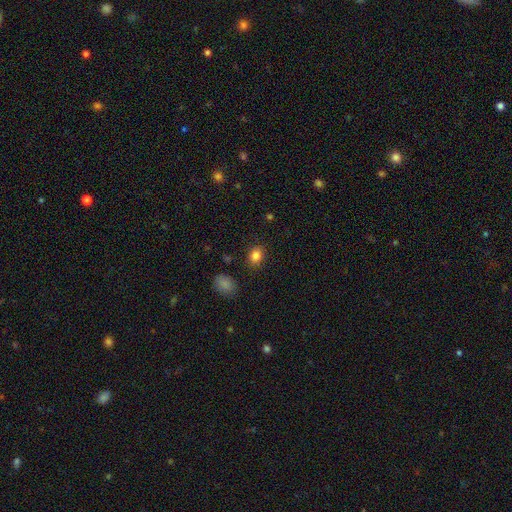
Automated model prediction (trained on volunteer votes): Smooth or featured?
  - smooth: 84% *
  - star or artifact: 11%
  - featured or disk: 5%
How rounded?
  - round: 54% *
  - in between: 45%
  - cigar-shaped: 1%
Merging?
  - none: 87% *
  - minor disturbance: 9%
  - major disturbance: 3%
  - merger: 2%